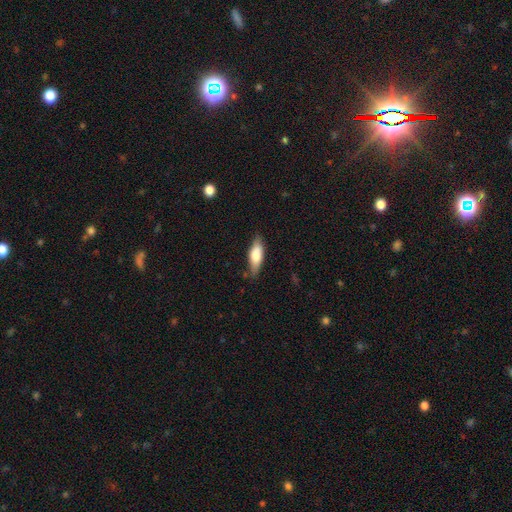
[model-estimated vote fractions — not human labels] Smooth or featured? Predicted: smooth (p=0.69). How rounded? Predicted: in between (p=0.62). Merging? Predicted: none (p=0.79).